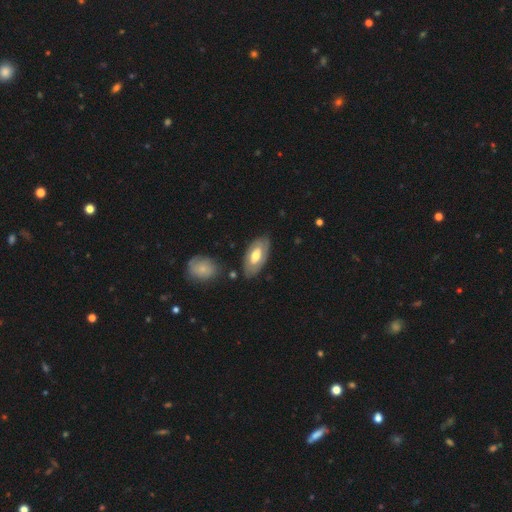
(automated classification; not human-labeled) This is possibly a smooth galaxy (48%). Merging: likely none (77%).